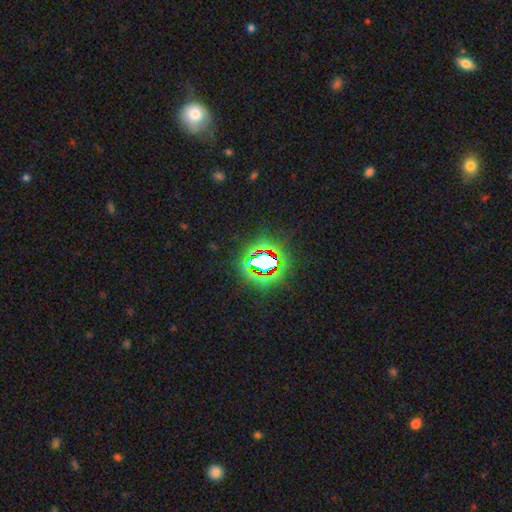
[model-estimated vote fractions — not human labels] star or artifact 74%, smooth 16%, featured or disk 10%.